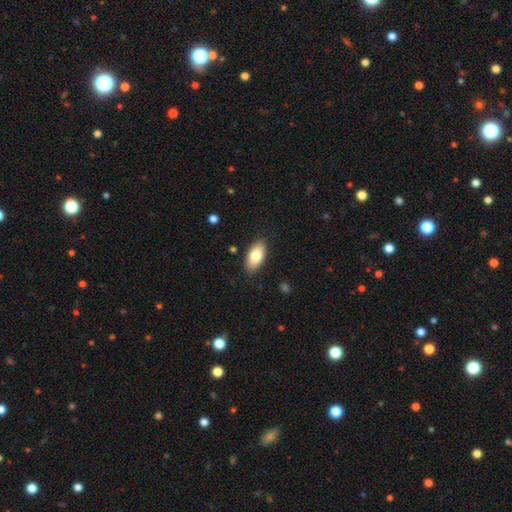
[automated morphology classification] Overall: smooth (79%). How rounded: in between (92%). Merging: none (87%).